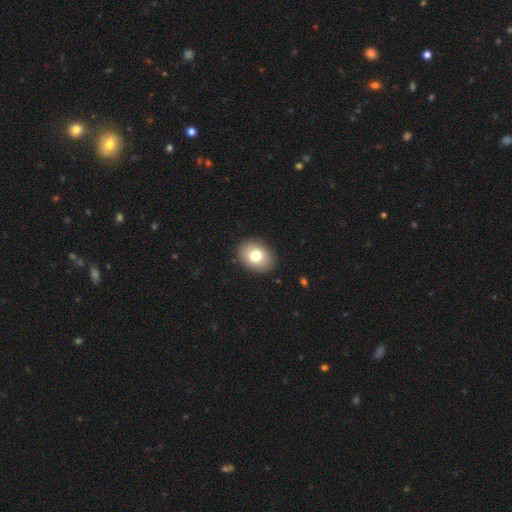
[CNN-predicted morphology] Smooth or featured? smooth (77%)
How rounded? in between (67%)
Merging? none (89%)